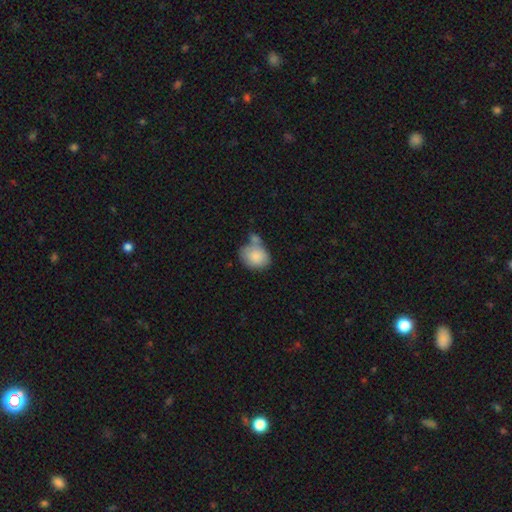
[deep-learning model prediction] smooth-or-featured: smooth: 84% | featured or disk: 10% | star or artifact: 7%
  how-rounded: in between: 51% | round: 48% | cigar-shaped: 1%
  merging: none: 41% | merger: 30% | minor disturbance: 22% | major disturbance: 8%